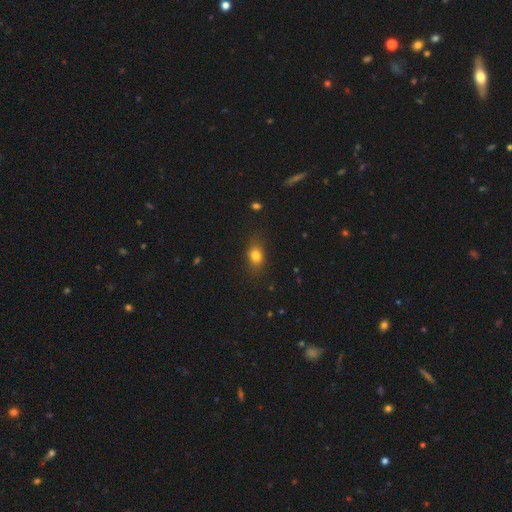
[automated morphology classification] This is likely a smooth galaxy (78%). How rounded: likely in between (64%). Merging: likely none (80%).